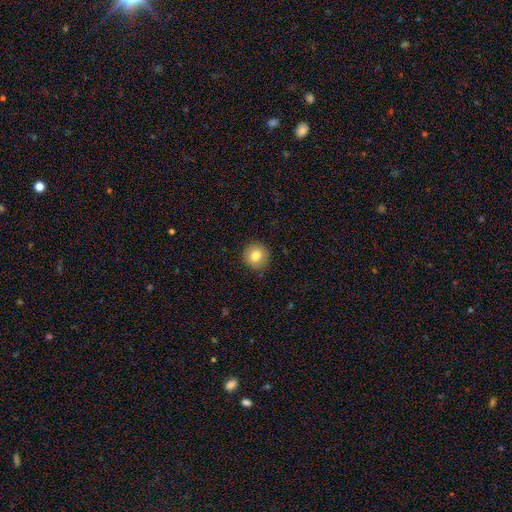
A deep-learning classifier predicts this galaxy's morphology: A smooth galaxy with no disk features (81%) that is round (94%).

Vote fractions:
- Smooth or featured? smooth: 81% / star or artifact: 10% / featured or disk: 9%
- How rounded? round: 94% / in between: 5% / cigar-shaped: 1%
- Merging? none: 90% / minor disturbance: 7% / major disturbance: 2% / merger: 1%